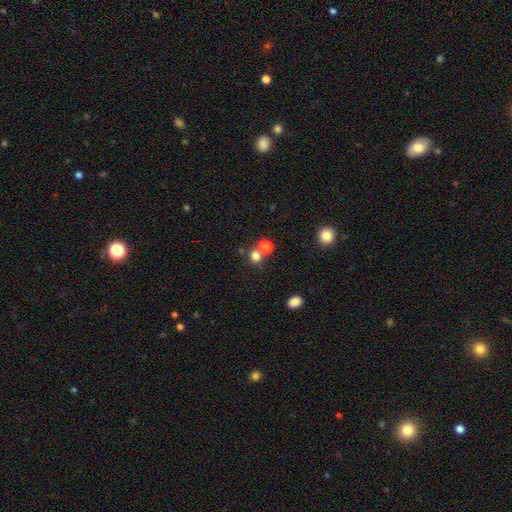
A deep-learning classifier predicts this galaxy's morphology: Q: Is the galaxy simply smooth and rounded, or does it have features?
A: smooth — 78%.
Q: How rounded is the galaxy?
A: round — 80%.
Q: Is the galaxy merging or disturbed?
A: none — 57%.